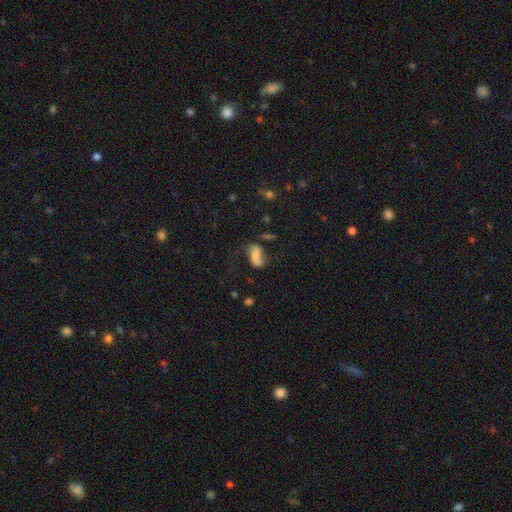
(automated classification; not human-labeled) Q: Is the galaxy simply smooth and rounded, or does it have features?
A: featured or disk — 50%.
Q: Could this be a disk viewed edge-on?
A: no — 95%.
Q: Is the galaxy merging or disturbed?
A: none — 43%.